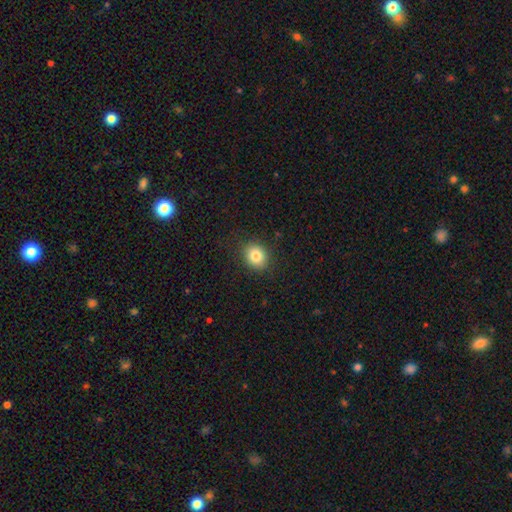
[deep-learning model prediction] Q: Smooth or featured?
A: smooth (83%); runner-up: star or artifact (10%)
Q: How rounded?
A: round (64%); runner-up: in between (35%)
Q: Merging?
A: none (88%); runner-up: minor disturbance (9%)